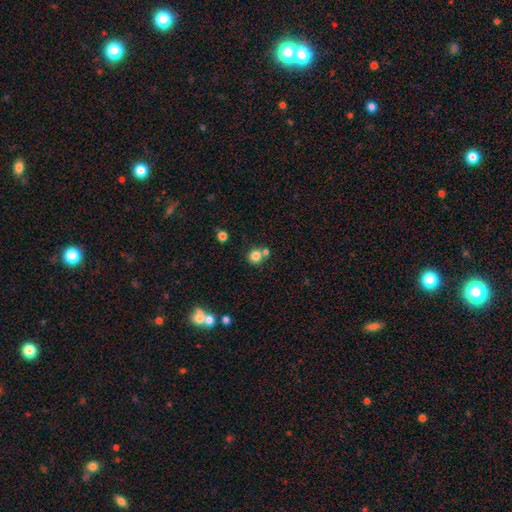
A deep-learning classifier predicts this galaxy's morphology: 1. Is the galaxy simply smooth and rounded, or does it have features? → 81% smooth, 12% star or artifact, 7% featured or disk.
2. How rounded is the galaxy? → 88% round, 11% in between, 1% cigar-shaped.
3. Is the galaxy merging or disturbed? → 61% none, 27% merger, 8% minor disturbance, 3% major disturbance.